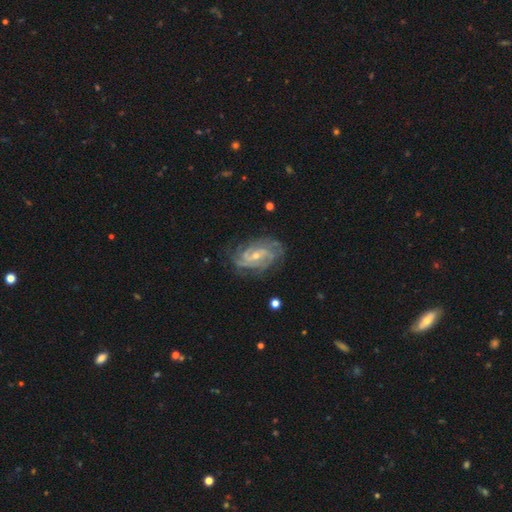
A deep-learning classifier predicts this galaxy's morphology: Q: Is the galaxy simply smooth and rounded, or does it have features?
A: featured or disk — 86%.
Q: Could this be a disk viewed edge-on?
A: no — 96%.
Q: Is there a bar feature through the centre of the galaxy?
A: no — 44%.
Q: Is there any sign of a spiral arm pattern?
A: yes — 96%.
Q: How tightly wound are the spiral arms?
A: tight — 57%.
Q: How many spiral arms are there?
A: can't tell — 26%.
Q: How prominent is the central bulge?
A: small — 61%.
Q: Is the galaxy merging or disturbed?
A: none — 78%.